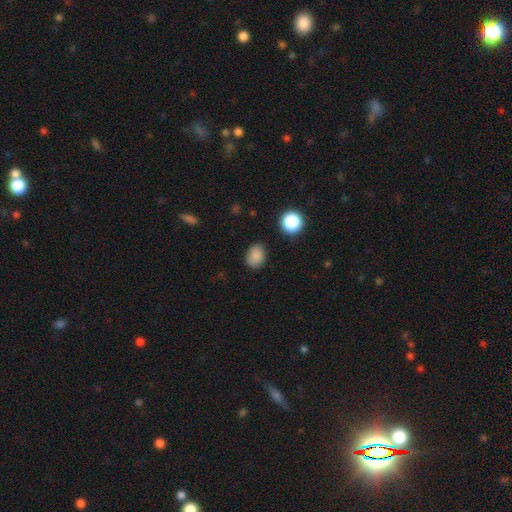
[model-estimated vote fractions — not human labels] Overall: smooth (85%). How rounded: in between (61%; round 38%). Merging: none (82%).